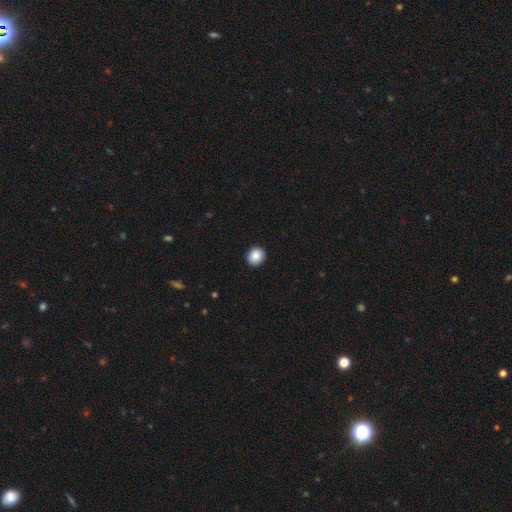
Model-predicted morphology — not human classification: Smooth or featured? Predicted: smooth (p=0.85). How rounded? Predicted: round (p=0.87). Merging? Predicted: none (p=0.93).